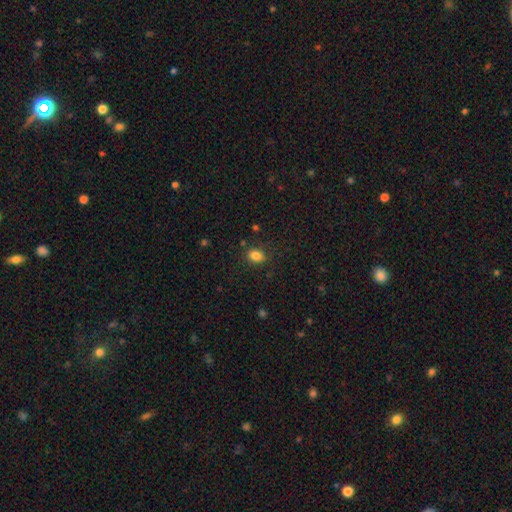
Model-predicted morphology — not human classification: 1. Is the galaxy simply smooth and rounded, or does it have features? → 84% smooth, 11% star or artifact, 5% featured or disk.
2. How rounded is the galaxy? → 67% in between, 31% round, 1% cigar-shaped.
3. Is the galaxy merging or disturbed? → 84% none, 11% minor disturbance, 3% major disturbance, 2% merger.